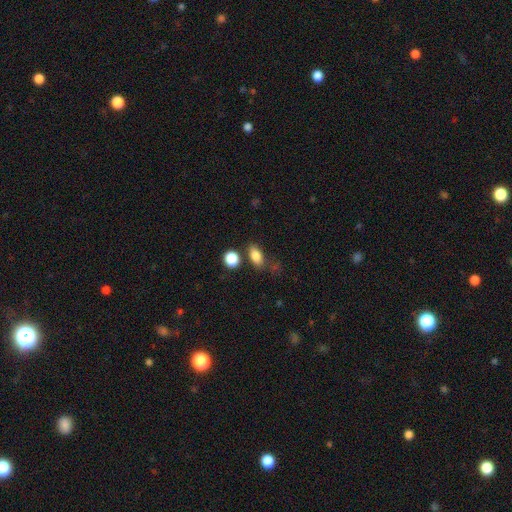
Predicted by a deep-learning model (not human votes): smooth 84%, star or artifact 10%, featured or disk 6%. Down the decision tree: how rounded — in between (81%); merging — none (66%).